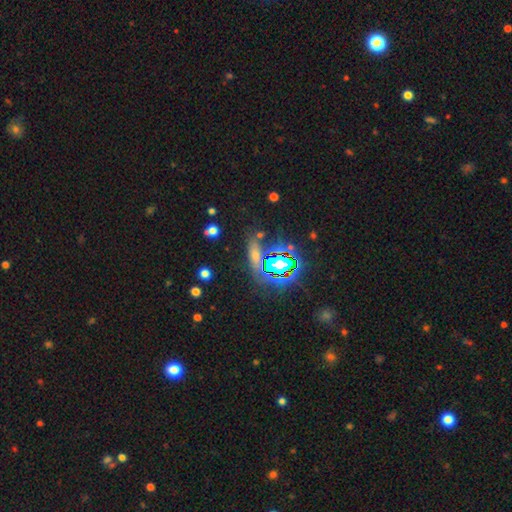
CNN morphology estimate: Smooth or featured? Predicted: star or artifact (p=0.49).